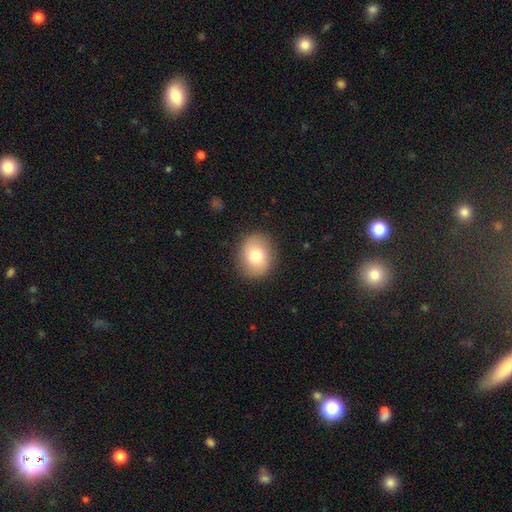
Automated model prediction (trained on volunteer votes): smooth-or-featured: smooth: 76% | featured or disk: 15% | star or artifact: 8%
  how-rounded: round: 62% | in between: 37% | cigar-shaped: 1%
  merging: none: 88% | minor disturbance: 8% | major disturbance: 3% | merger: 1%